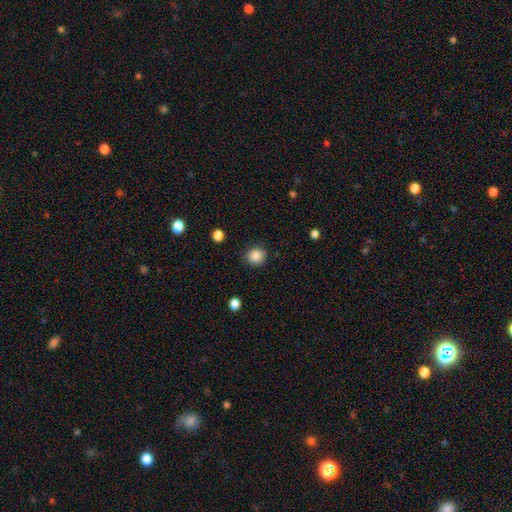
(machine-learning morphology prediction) Smooth or featured?
  - smooth: 87% *
  - star or artifact: 10%
  - featured or disk: 4%
How rounded?
  - round: 85% *
  - in between: 14%
  - cigar-shaped: 1%
Merging?
  - none: 86% *
  - minor disturbance: 10%
  - major disturbance: 3%
  - merger: 1%